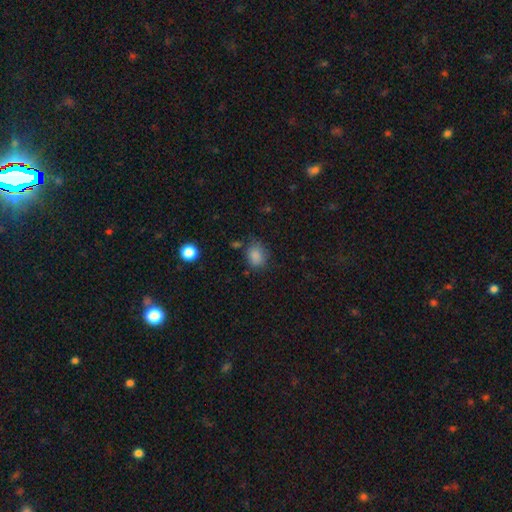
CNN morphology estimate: The model was most divided on "how rounded": in between: 50%, round: 49%, cigar-shaped: 1%. More confident: smooth or featured — smooth (84%); merging — none (66%).